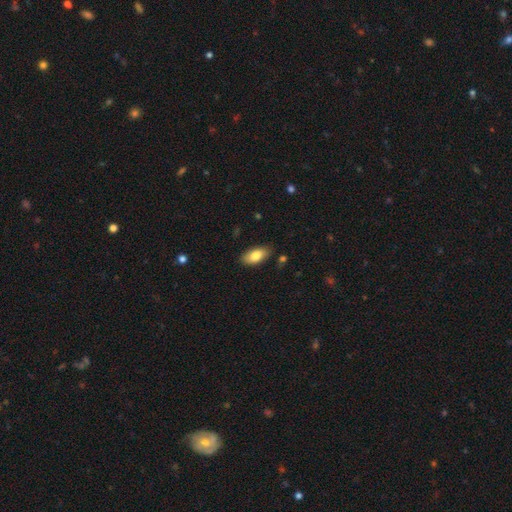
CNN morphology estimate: A smooth galaxy with no disk features (81%) that is in between round and cigar-shaped (91%). Merging: none (85%).